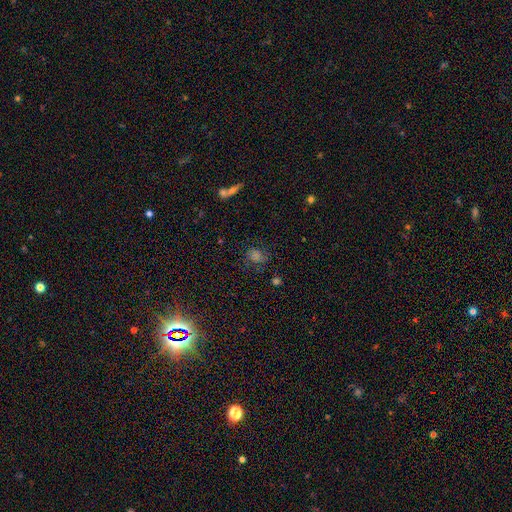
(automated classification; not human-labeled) star or artifact 45%, smooth 40%, featured or disk 15%.